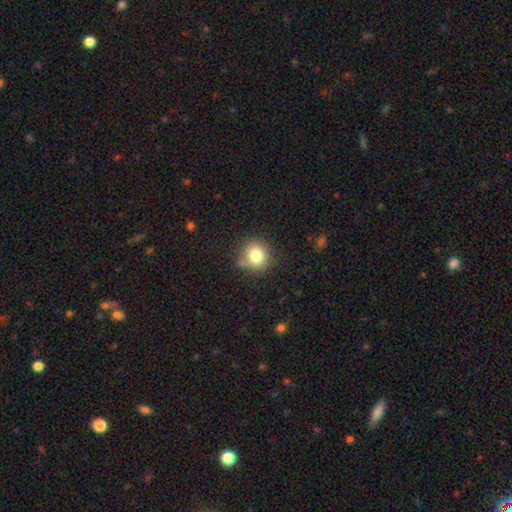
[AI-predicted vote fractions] Q: Smooth or featured?
A: smooth (80%); runner-up: star or artifact (11%)
Q: How rounded?
A: round (78%); runner-up: in between (21%)
Q: Merging?
A: none (74%); runner-up: minor disturbance (16%)